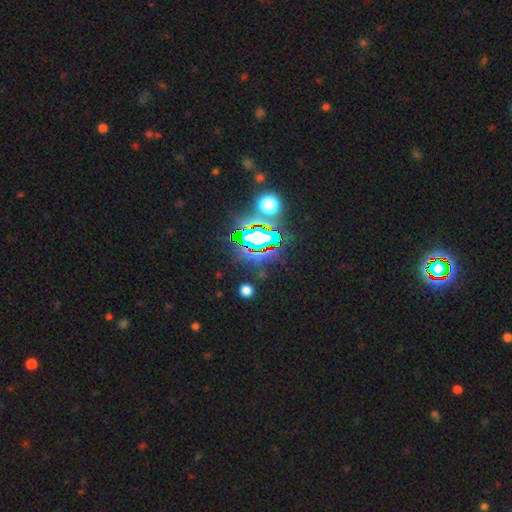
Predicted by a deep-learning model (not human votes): Morphology: type=star or artifact (83%).